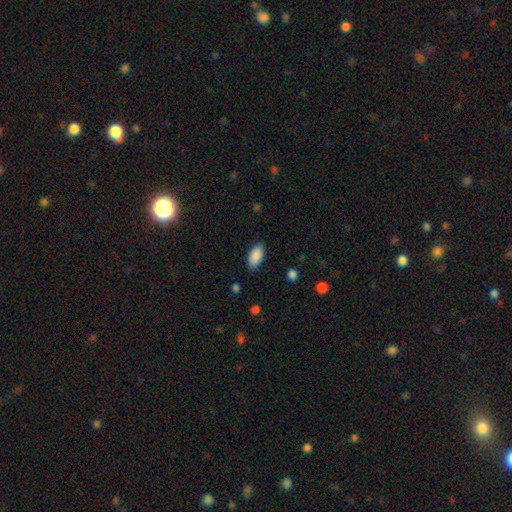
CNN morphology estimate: Q: Smooth or featured?
A: smooth (90%); runner-up: star or artifact (7%)
Q: How rounded?
A: in between (94%); runner-up: cigar-shaped (4%)
Q: Merging?
A: none (85%); runner-up: minor disturbance (11%)